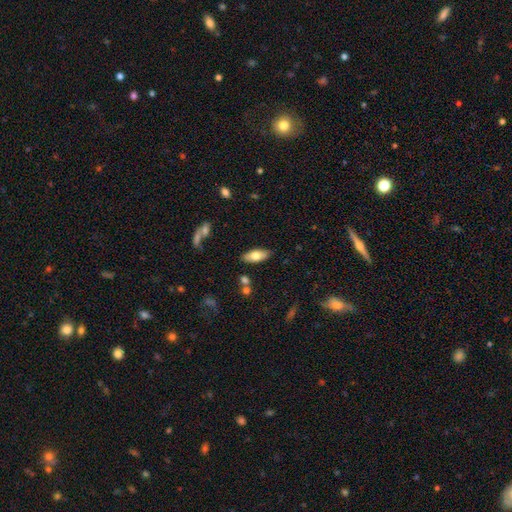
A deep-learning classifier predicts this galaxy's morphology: Smooth or featured?
  - smooth: 70% *
  - featured or disk: 23%
  - star or artifact: 7%
How rounded?
  - in between: 81% *
  - cigar-shaped: 17%
  - round: 2%
Merging?
  - none: 85% *
  - minor disturbance: 10%
  - merger: 3%
  - major disturbance: 2%